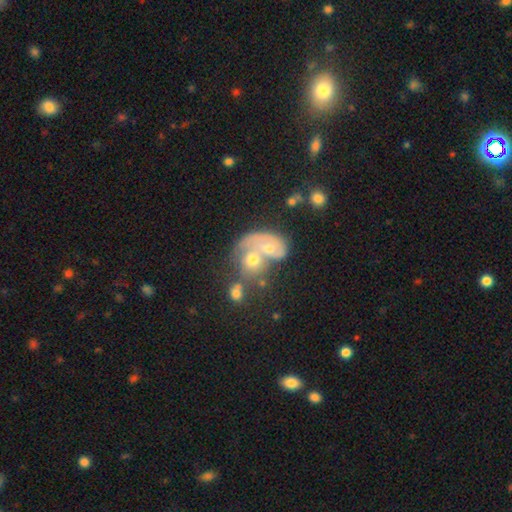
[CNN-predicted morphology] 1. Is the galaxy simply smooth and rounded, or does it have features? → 54% featured or disk, 34% smooth, 12% star or artifact.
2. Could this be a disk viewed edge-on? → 97% no, 3% yes.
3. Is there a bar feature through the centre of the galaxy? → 81% no, 15% weak, 4% strong.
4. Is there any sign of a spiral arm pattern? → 54% yes, 46% no.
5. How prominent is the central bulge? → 55% moderate, 33% small, 5% large, 5% none, 2% dominant.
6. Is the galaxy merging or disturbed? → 63% merger, 17% none, 11% major disturbance, 8% minor disturbance.